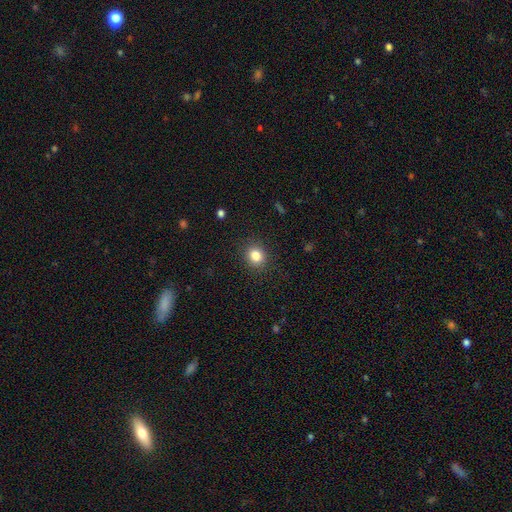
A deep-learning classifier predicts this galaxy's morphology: The model was most divided on "how rounded": round: 76%, in between: 23%, cigar-shaped: 1%. More confident: merging — none (89%); smooth or featured — smooth (83%).